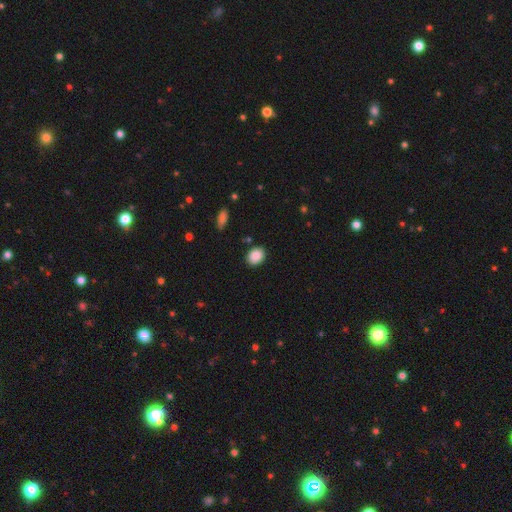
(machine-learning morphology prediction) Smooth or featured: smooth — 89% (star or artifact — 8%)
How rounded: in between — 58% (round — 41%)
Merging: none — 87% (minor disturbance — 9%)